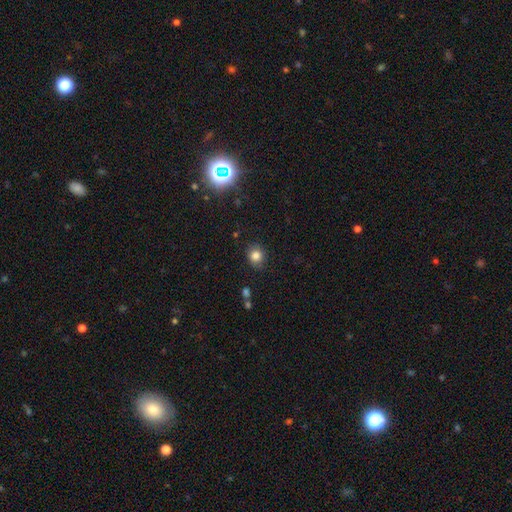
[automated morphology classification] type=smooth (82%); roundness=round (70%); merging=none (84%).